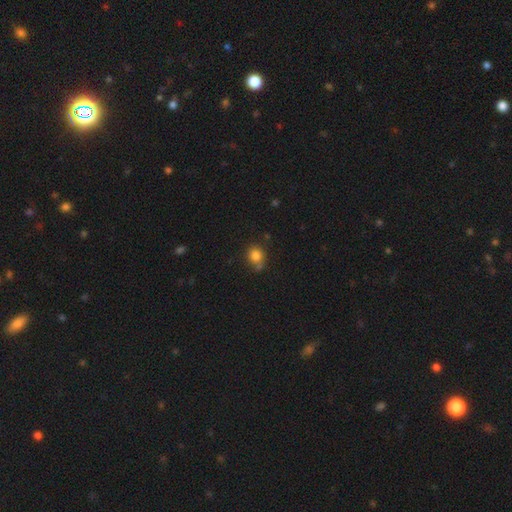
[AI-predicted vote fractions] The model was most divided on "merging": none: 63%, minor disturbance: 21%, merger: 11%, major disturbance: 6%. More confident: smooth or featured — smooth (82%); how rounded — round (71%).